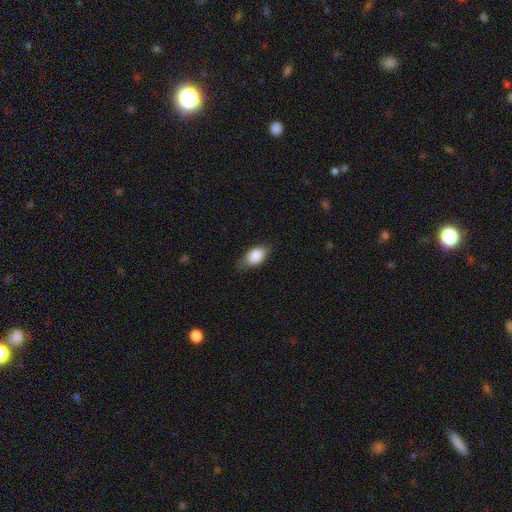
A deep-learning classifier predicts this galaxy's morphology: Overall: smooth (86%). How rounded: in between (91%). Merging: none (72%).